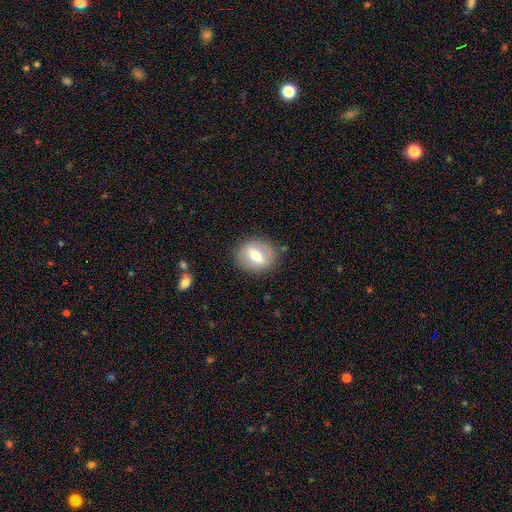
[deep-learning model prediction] Smooth or featured? Predicted: smooth (p=0.54). How rounded? Predicted: round (p=0.58). Merging? Predicted: none (p=0.83).